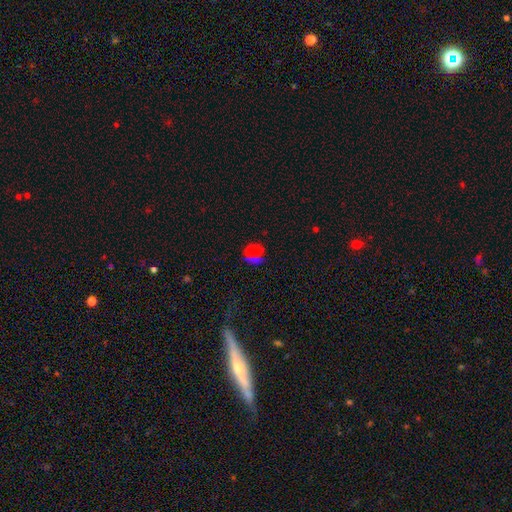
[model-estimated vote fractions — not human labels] A smooth galaxy with no disk features (57%) that is round (77%).

Vote fractions:
- Smooth or featured? smooth: 57% / star or artifact: 34% / featured or disk: 9%
- How rounded? round: 77% / in between: 20% / cigar-shaped: 3%
- Merging? none: 80% / minor disturbance: 11% / major disturbance: 5% / merger: 4%